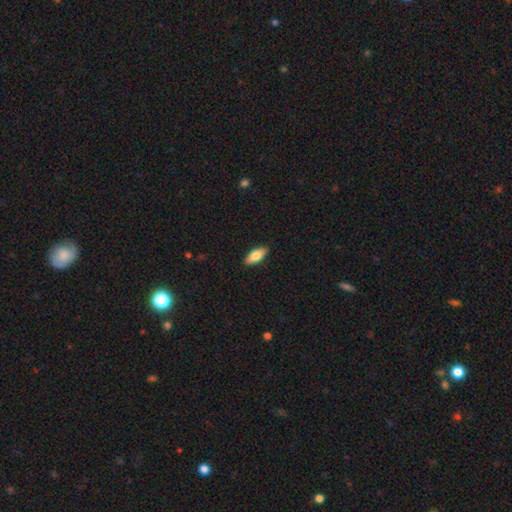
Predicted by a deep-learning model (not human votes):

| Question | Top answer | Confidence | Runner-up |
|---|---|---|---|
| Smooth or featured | smooth | 75% | featured or disk (20%) |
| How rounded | in between | 80% | cigar-shaped (18%) |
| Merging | none | 89% | minor disturbance (8%) |